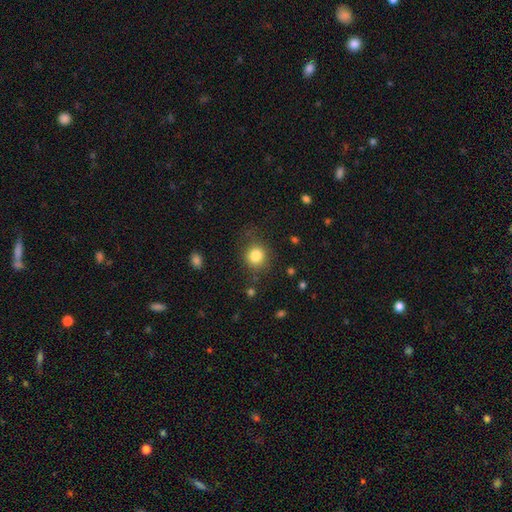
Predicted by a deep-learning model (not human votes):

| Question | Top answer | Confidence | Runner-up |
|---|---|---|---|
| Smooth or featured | smooth | 83% | star or artifact (11%) |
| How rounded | round | 85% | in between (14%) |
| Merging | none | 78% | minor disturbance (14%) |